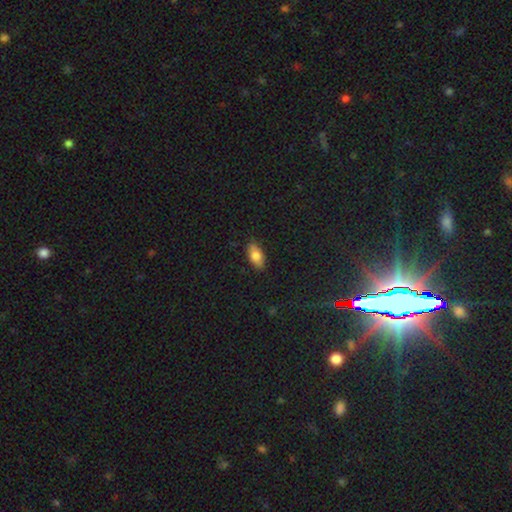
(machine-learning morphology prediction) This is likely a smooth galaxy (79%). How rounded: clearly in between (88%). Merging: clearly none (84%).